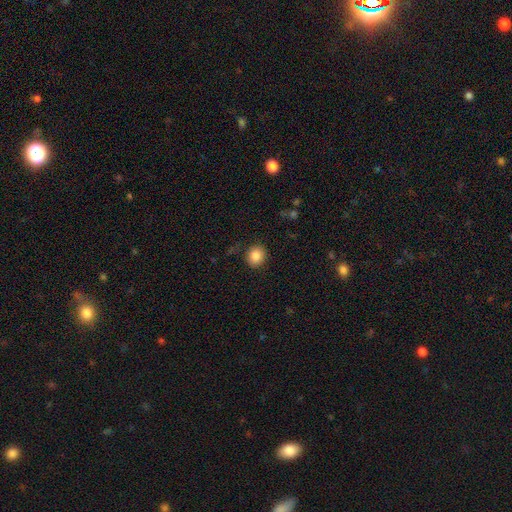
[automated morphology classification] A smooth galaxy with no disk features (86%) that is round (77%). Merging: none (87%).